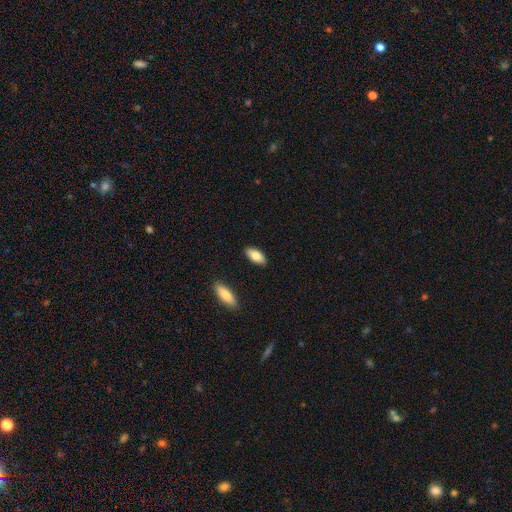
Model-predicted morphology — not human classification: Smooth or featured? Predicted: smooth (p=0.82). How rounded? Predicted: in between (p=0.89). Merging? Predicted: none (p=0.88).